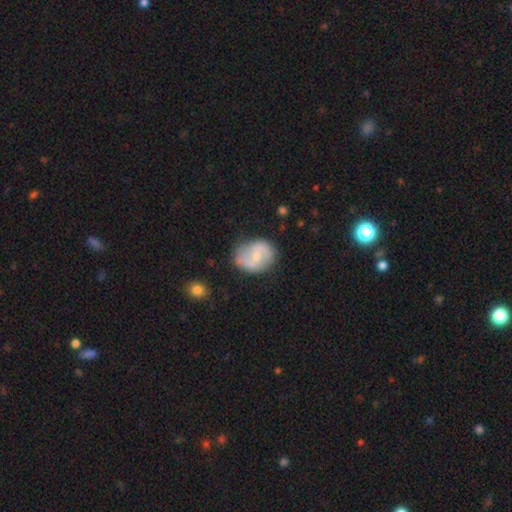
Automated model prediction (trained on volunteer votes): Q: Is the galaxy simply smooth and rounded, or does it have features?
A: featured or disk — 69%.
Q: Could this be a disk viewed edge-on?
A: no — 98%.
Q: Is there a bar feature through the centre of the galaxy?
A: weak — 46%.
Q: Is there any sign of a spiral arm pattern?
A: yes — 89%.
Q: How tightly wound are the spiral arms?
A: medium — 46%.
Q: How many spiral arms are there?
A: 2 — 88%.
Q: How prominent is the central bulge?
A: small — 56%.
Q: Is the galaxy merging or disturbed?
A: none — 73%.